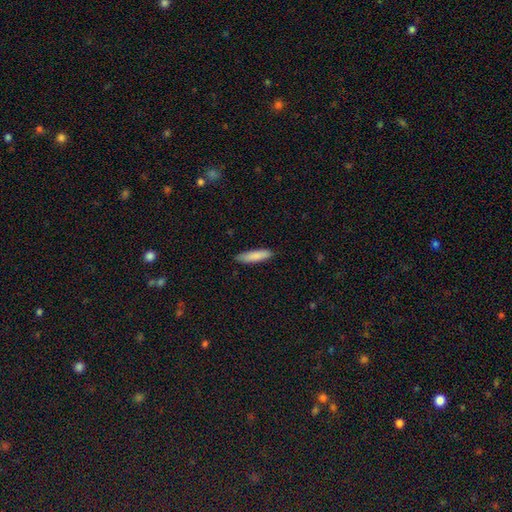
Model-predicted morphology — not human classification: Smooth or featured: smooth — 86% (featured or disk — 8%)
How rounded: cigar-shaped — 74% (in between — 24%)
Merging: none — 87% (minor disturbance — 10%)